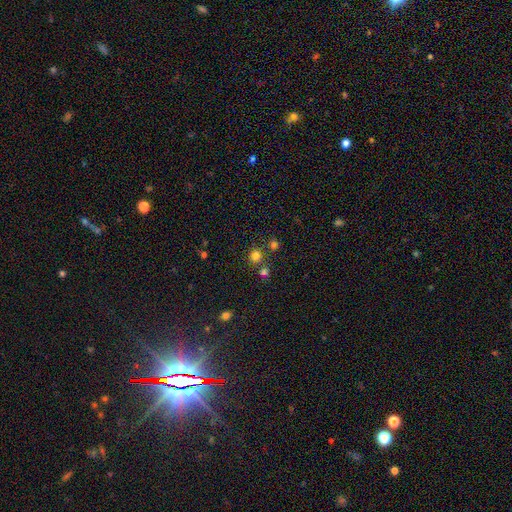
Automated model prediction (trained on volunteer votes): Smooth or featured?
  - smooth: 74% *
  - star or artifact: 20%
  - featured or disk: 6%
How rounded?
  - round: 91% *
  - in between: 9%
  - cigar-shaped: 1%
Merging?
  - none: 74% *
  - merger: 16%
  - minor disturbance: 7%
  - major disturbance: 3%